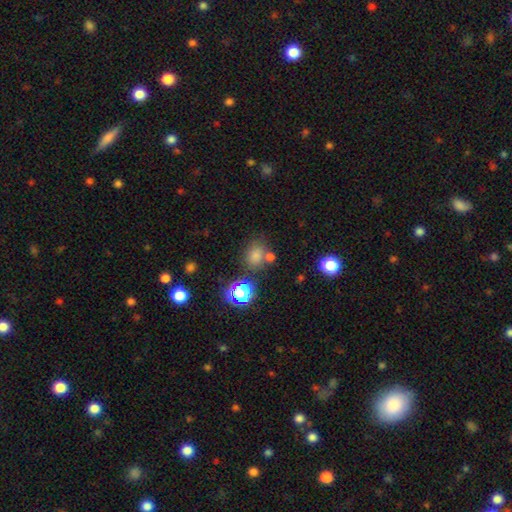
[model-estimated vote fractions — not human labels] The model was most divided on "how rounded": round: 59%, in between: 40%, cigar-shaped: 1%. More confident: smooth or featured — smooth (70%); merging — none (66%).